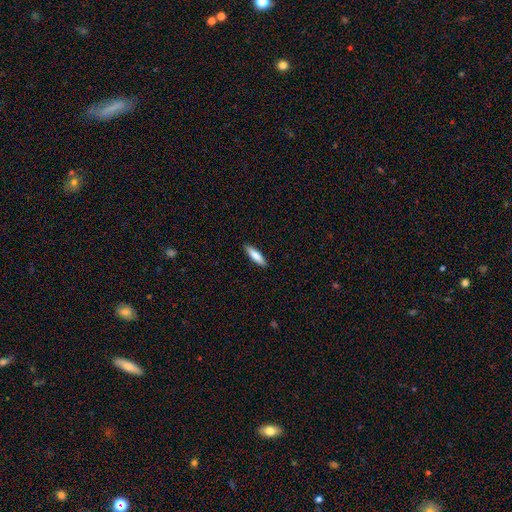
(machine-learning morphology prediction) smooth-or-featured: smooth: 81% | featured or disk: 14% | star or artifact: 6%
  how-rounded: cigar-shaped: 74% | in between: 25% | round: 1%
  merging: none: 90% | minor disturbance: 7% | major disturbance: 2% | merger: 1%